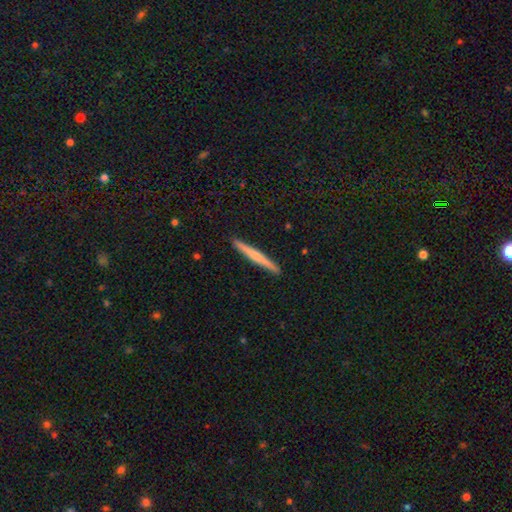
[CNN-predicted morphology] Smooth or featured? smooth (51%)
How rounded? cigar-shaped (96%)
Merging? none (92%)